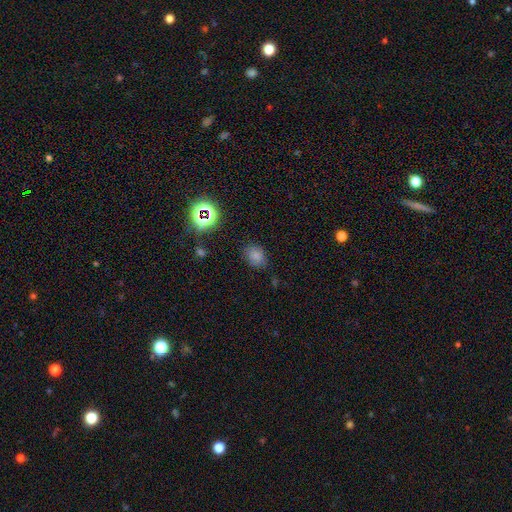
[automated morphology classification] Overall: smooth (75%). How rounded: in between (56%; round 43%). Merging: none (79%).